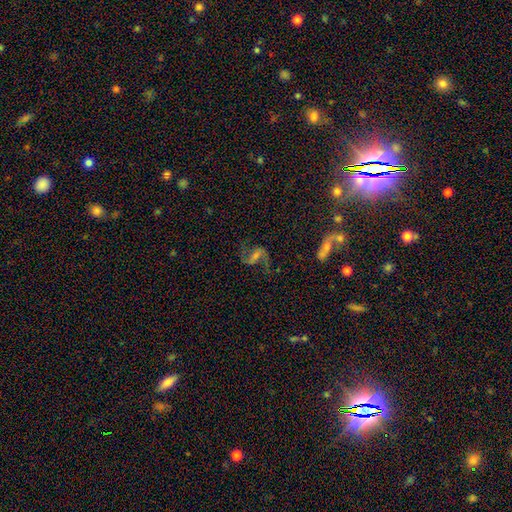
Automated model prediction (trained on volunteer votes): Smooth or featured? Predicted: featured or disk (p=0.81). Edge-on disk? Predicted: no (p=0.97). Bar? Predicted: weak (p=0.42). Spiral arms? Predicted: yes (p=0.95). Spiral winding? Predicted: loose (p=0.57). Spiral arm count? Predicted: 2 (p=0.92). Bulge size? Predicted: small (p=0.45). Merging? Predicted: none (p=0.72).